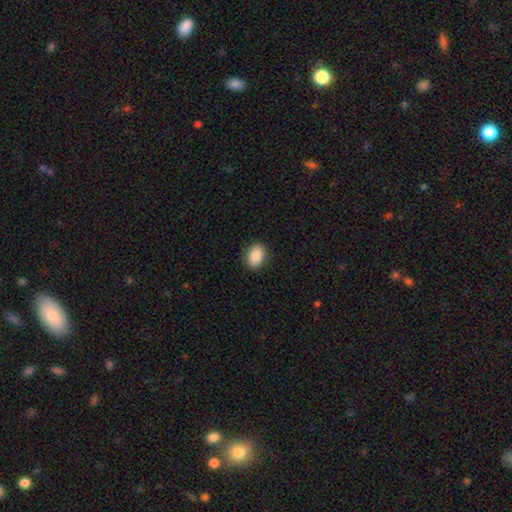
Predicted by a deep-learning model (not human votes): smooth_or_featured: smooth (p=0.88) [alt: star or artifact p=0.07]
how_rounded: in between (p=0.76) [alt: round p=0.23]
merging: none (p=0.89) [alt: minor disturbance p=0.08]